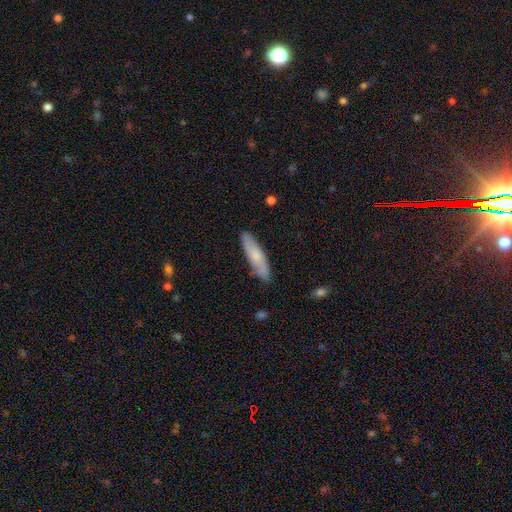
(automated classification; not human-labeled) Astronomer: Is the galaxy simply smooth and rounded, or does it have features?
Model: smooth — 64%.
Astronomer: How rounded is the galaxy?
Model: cigar-shaped — 74%.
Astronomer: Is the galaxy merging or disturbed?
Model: none — 85%.